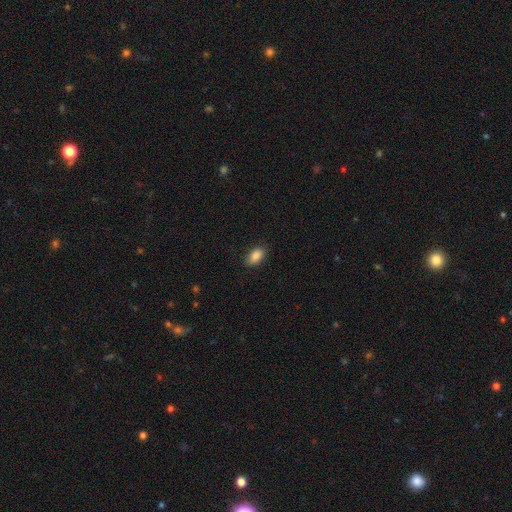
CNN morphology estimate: This appears to be a smooth galaxy with no disk features (87%) that is in between round and cigar-shaped (91%). Merging: none (86%).